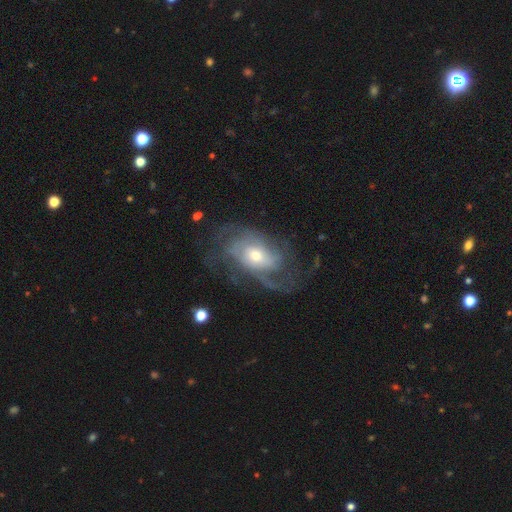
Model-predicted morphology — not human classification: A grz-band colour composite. It shows a featured or disk galaxy (81%) with no bar (68%), medium (40%) spiral arms (90%) and a moderate central bulge (58%). Merging: none (59%).